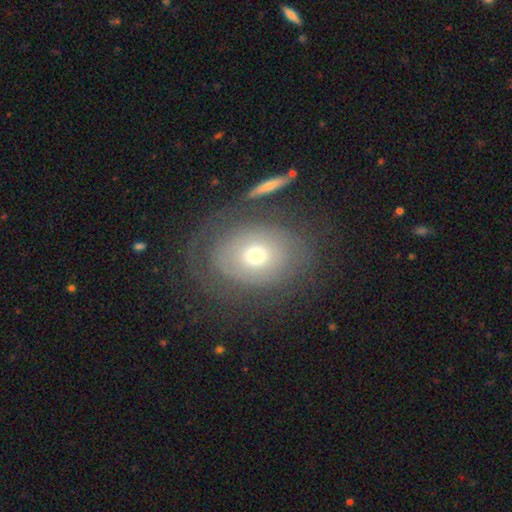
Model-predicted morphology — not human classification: This appears to be a featured or disk galaxy (49%). Merging: none (65%).